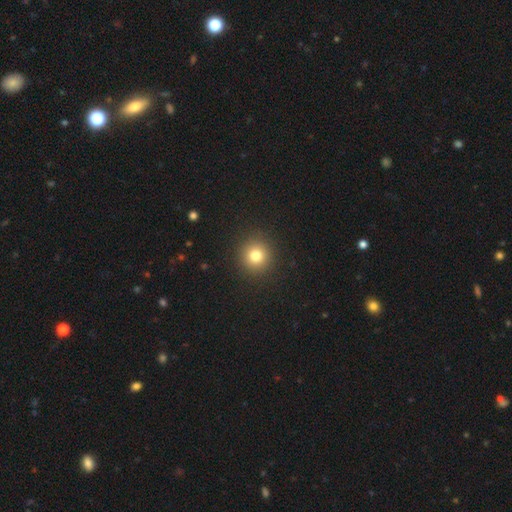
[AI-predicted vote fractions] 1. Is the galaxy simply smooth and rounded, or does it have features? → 79% smooth, 13% star or artifact, 8% featured or disk.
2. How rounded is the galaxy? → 93% round, 6% in between, 1% cigar-shaped.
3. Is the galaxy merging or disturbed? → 92% none, 5% minor disturbance, 2% major disturbance, 1% merger.